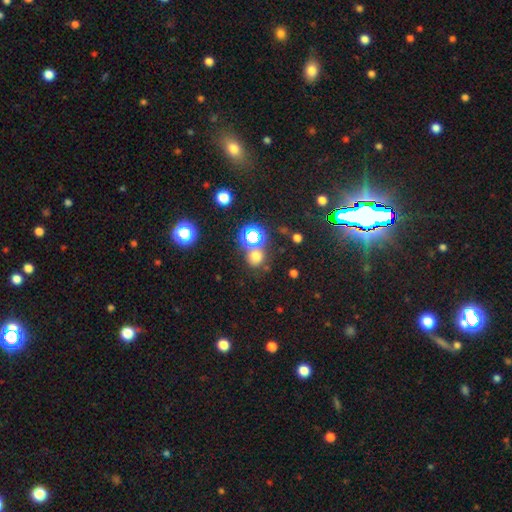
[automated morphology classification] Q: Smooth or featured?
A: smooth (59%); runner-up: star or artifact (34%)
Q: How rounded?
A: round (87%); runner-up: in between (12%)
Q: Merging?
A: none (70%); runner-up: merger (16%)